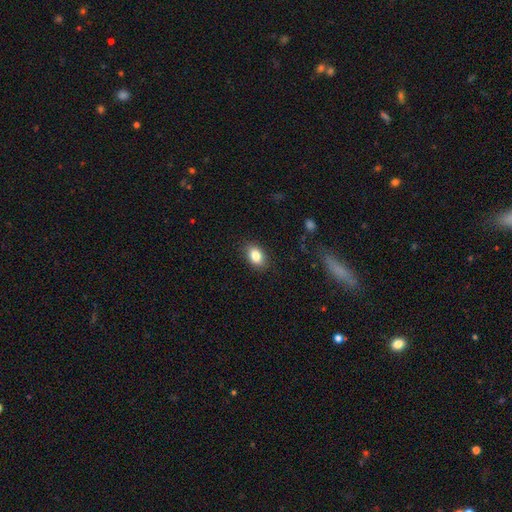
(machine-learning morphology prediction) This appears to be a smooth galaxy with no disk features (84%) that is in between round and cigar-shaped (83%). Merging: none (87%).